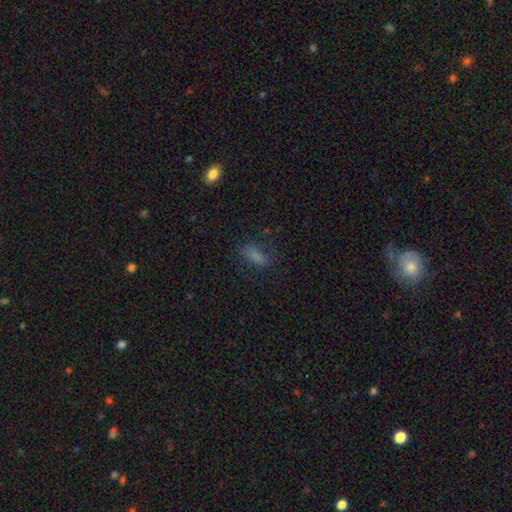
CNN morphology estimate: Overall: smooth (76%). How rounded: in between (68%). Merging: none (71%).